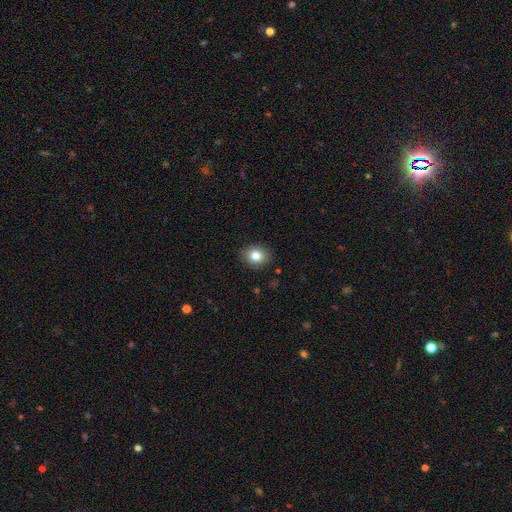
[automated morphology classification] The model was most divided on "how rounded": round: 59%, in between: 40%, cigar-shaped: 1%. More confident: merging — none (89%); smooth or featured — smooth (82%).